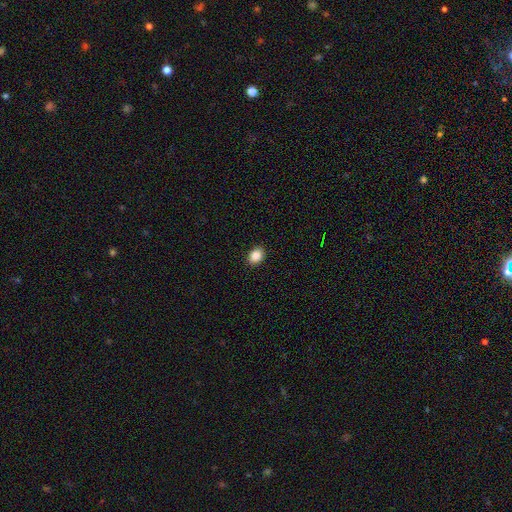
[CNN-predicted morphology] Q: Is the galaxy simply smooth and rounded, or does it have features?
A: smooth — 87%.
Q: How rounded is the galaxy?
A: in between — 54%.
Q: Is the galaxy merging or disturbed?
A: none — 90%.